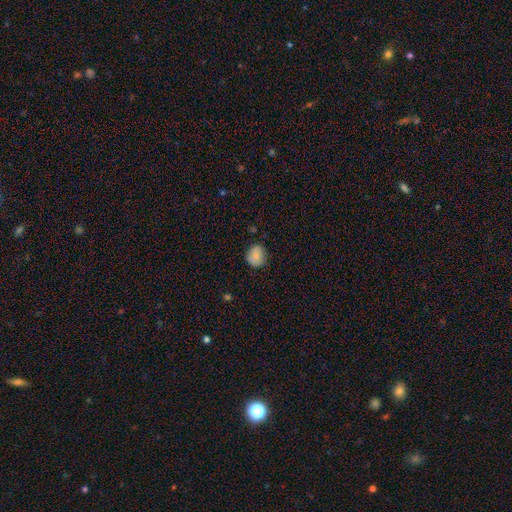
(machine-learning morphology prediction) type=smooth (80%); roundness=round (73%); merging=none (78%).